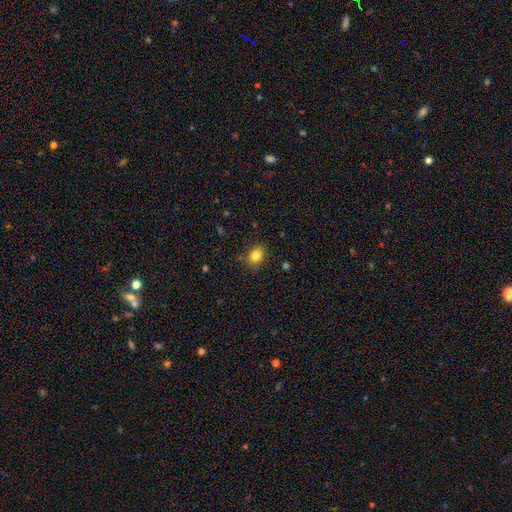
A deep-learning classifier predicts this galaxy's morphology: This appears to be a smooth galaxy with no disk features (83%) that is in between round and cigar-shaped (63%). Merging: none (82%).